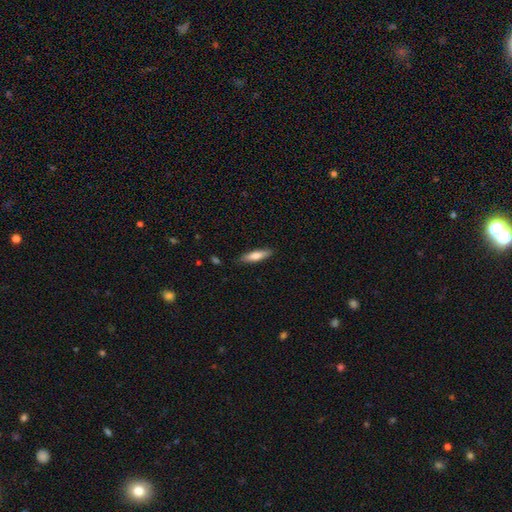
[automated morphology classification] A smooth galaxy with no disk features (72%) that is cigar-shaped (68%). Merging: none (86%).